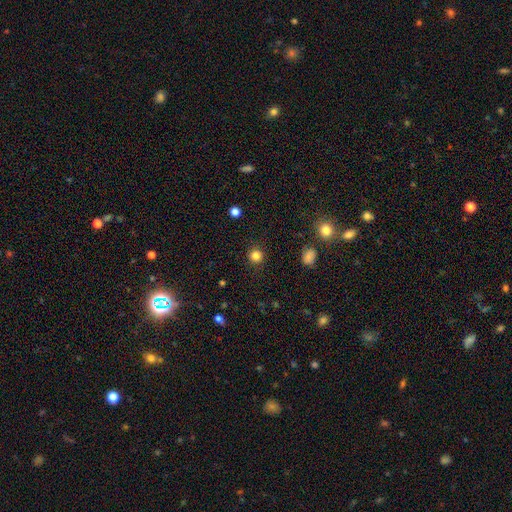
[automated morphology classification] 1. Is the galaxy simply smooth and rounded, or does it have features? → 83% smooth, 13% star or artifact, 4% featured or disk.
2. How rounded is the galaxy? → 93% round, 6% in between, 1% cigar-shaped.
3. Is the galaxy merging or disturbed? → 91% none, 6% minor disturbance, 2% major disturbance, 1% merger.